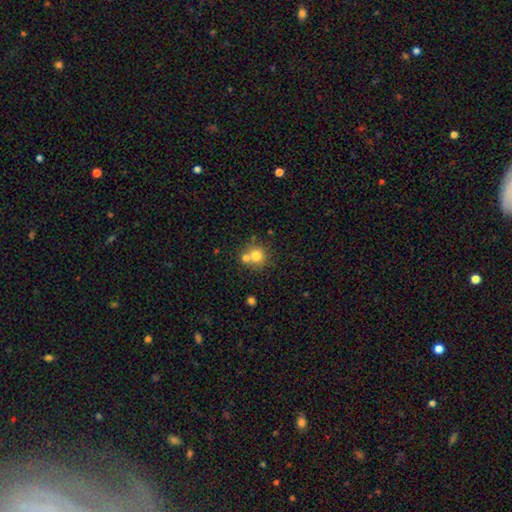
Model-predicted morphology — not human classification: smooth-or-featured: smooth: 73% | featured or disk: 15% | star or artifact: 12%
  how-rounded: round: 87% | in between: 12% | cigar-shaped: 1%
  merging: none: 50% | merger: 39% | minor disturbance: 8% | major disturbance: 3%